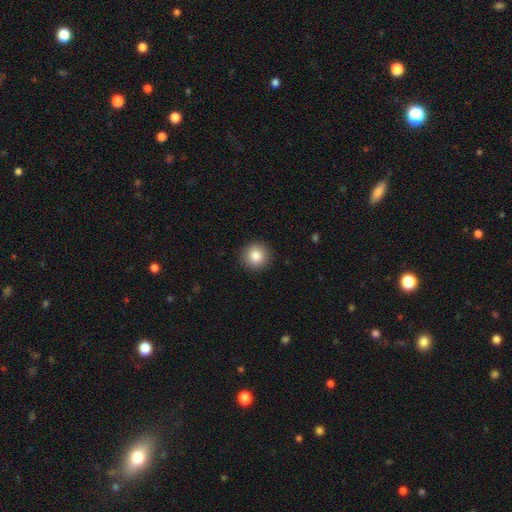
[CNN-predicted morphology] smooth-or-featured: smooth: 86% | star or artifact: 9% | featured or disk: 5%
  how-rounded: round: 93% | in between: 6% | cigar-shaped: 1%
  merging: none: 92% | minor disturbance: 5% | major disturbance: 2% | merger: 1%